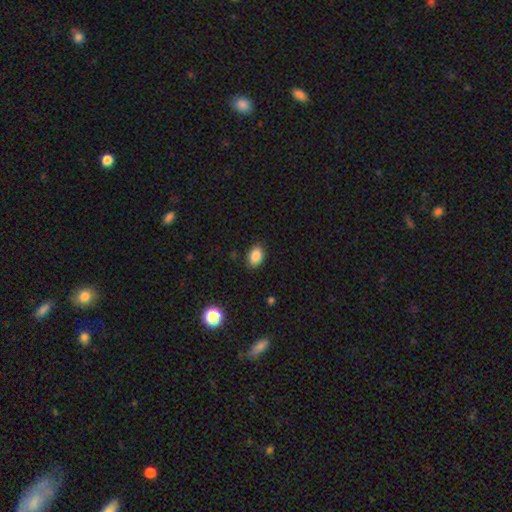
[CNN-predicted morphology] This is clearly a smooth galaxy (86%). How rounded: clearly in between (85%). Merging: clearly none (88%).